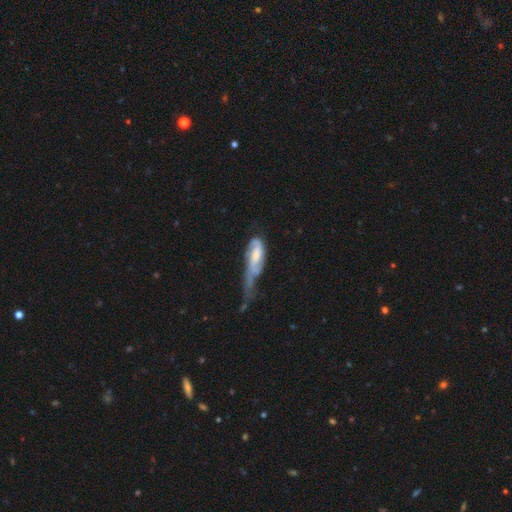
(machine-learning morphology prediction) smooth_or_featured: featured or disk (p=0.64) [alt: smooth p=0.29]
disk_edge_on: no (p=0.88) [alt: yes p=0.12]
bar: no (p=0.50) [alt: weak p=0.35]
has_spiral_arms: yes (p=0.87) [alt: no p=0.13]
bulge_size: moderate (p=0.38) [alt: small p=0.24]
merging: major disturbance (p=0.45) [alt: minor disturbance p=0.28]